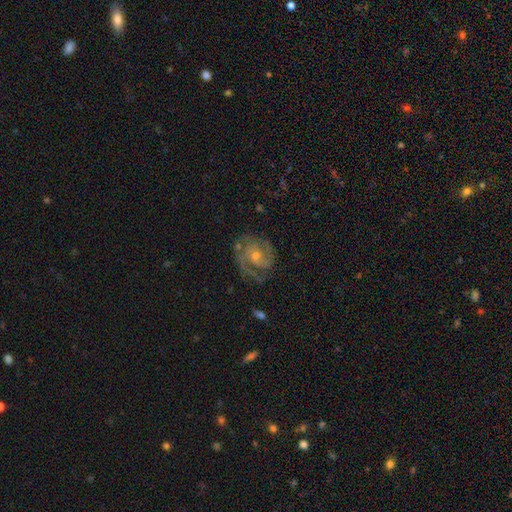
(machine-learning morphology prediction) A featured or disk galaxy (86%) with no bar (65%), 2 (51%) tight (50%) spiral arms (96%) and a small central bulge (56%).

Vote fractions:
- Smooth or featured? featured or disk: 86% / smooth: 8% / star or artifact: 7%
- Edge-on disk? no: 98% / yes: 2%
- Bar? no: 65% / weak: 28% / strong: 6%
- Spiral arms? yes: 96% / no: 4%
- Spiral winding? tight: 50% / medium: 40% / loose: 9%
- Spiral arm count? 2: 51% / 3: 21% / can't tell: 14% / 1: 6% / 4: 4% / more than 4: 4%
- Bulge size? small: 56% / moderate: 40% / none: 2% / large: 2% / dominant: 1%
- Merging? none: 70% / minor disturbance: 18% / major disturbance: 10% / merger: 2%